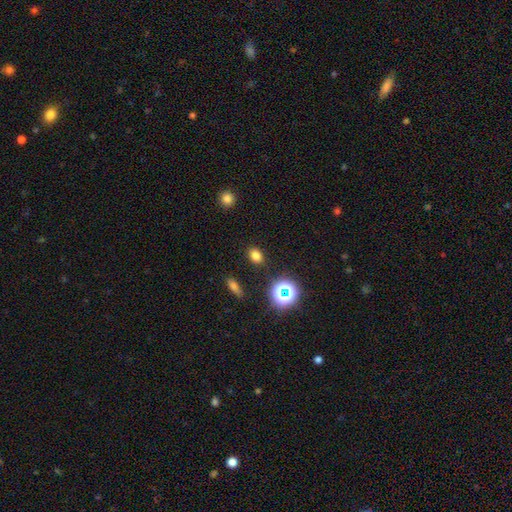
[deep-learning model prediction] smooth-or-featured: smooth: 75% | star or artifact: 19% | featured or disk: 6%
  how-rounded: in between: 57% | round: 42% | cigar-shaped: 2%
  merging: none: 87% | minor disturbance: 8% | major disturbance: 3% | merger: 2%